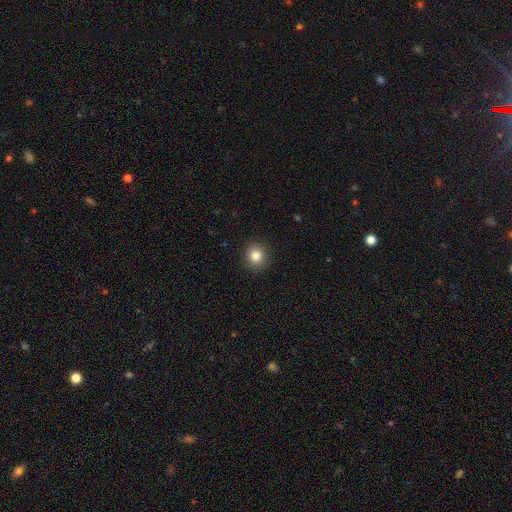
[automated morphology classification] A smooth galaxy with no disk features (83%) that is round (88%). Merging: none (91%).